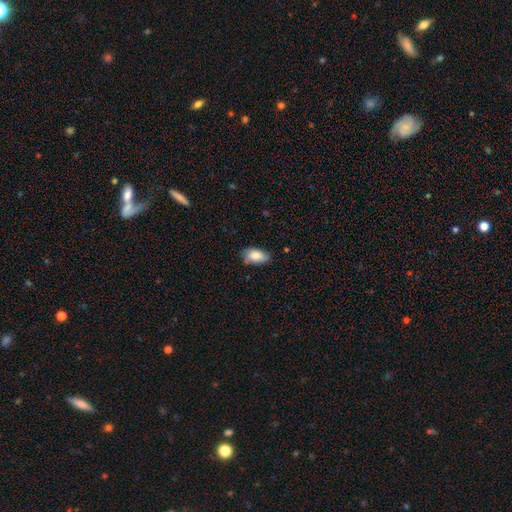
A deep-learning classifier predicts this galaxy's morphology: This is clearly a smooth galaxy (84%). How rounded: clearly in between (92%). Merging: likely none (66%).